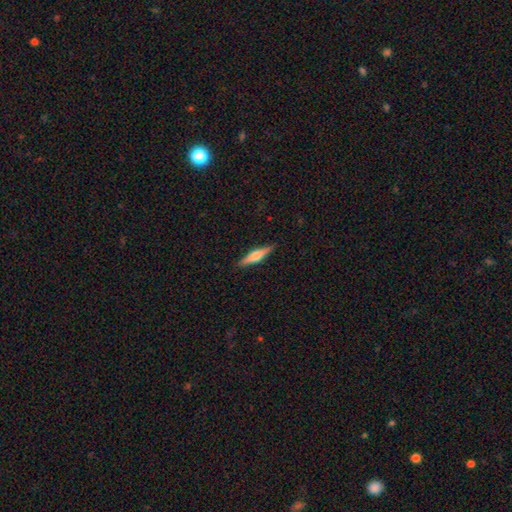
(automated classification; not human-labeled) featured or disk 56%, smooth 38%, star or artifact 6%. Down the decision tree: edge-on disk — yes (97%); edge-on bulge — rounded (83%); merging — none (90%).